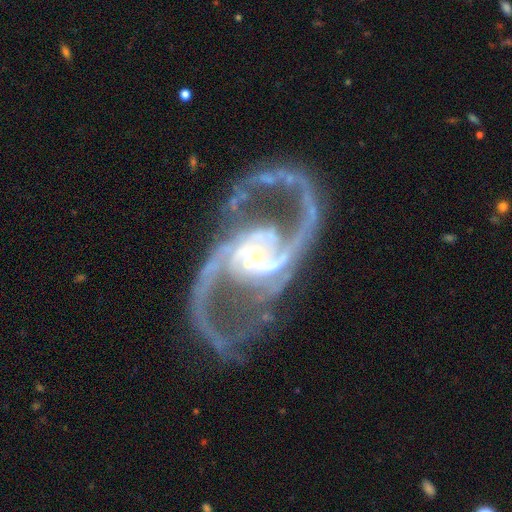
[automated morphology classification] Smooth or featured: featured or disk — 92% (star or artifact — 5%)
Edge-on disk: no — 98% (yes — 2%)
Bar: no — 43% (weak — 31%)
Spiral arms: yes — 97% (no — 3%)
Spiral winding: medium — 50% (loose — 37%)
Spiral arm count: 2 — 89% (can't tell — 3%)
Bulge size: small — 69% (moderate — 24%)
Merging: none — 51% (major disturbance — 24%)